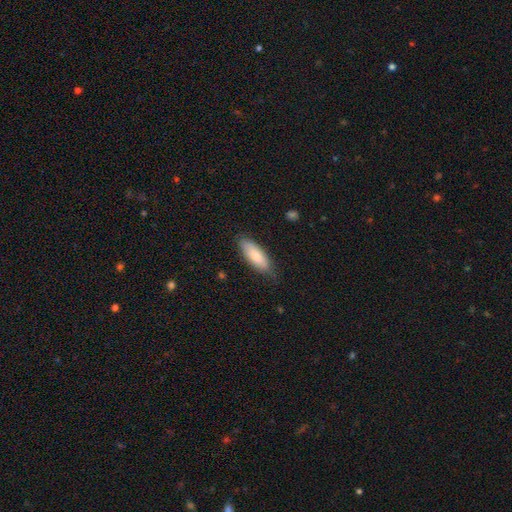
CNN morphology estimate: Smooth or featured? Predicted: smooth (p=0.77). How rounded? Predicted: in between (p=0.69). Merging? Predicted: none (p=0.77).